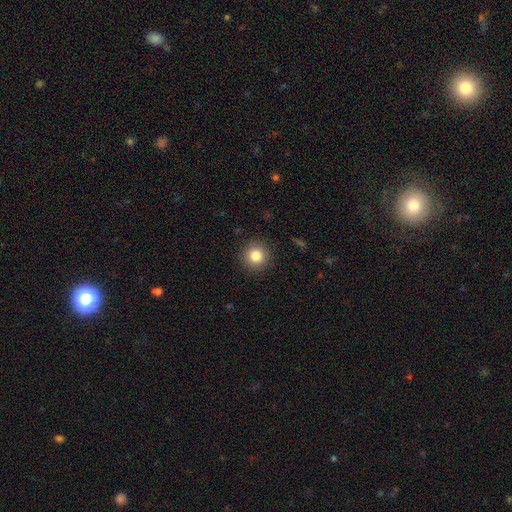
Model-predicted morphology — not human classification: Q: Smooth or featured?
A: smooth (84%); runner-up: star or artifact (10%)
Q: How rounded?
A: round (94%); runner-up: in between (5%)
Q: Merging?
A: none (91%); runner-up: minor disturbance (6%)